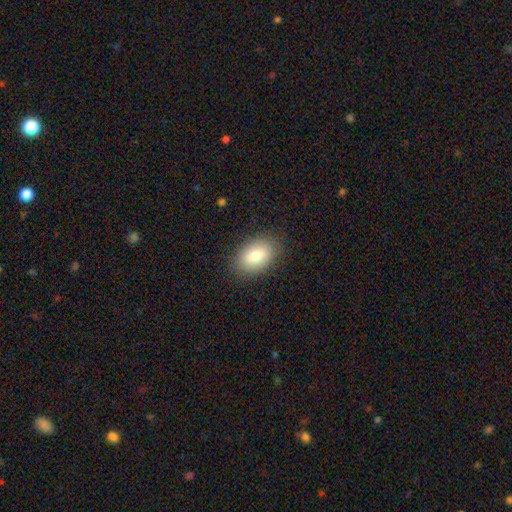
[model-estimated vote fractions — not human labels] This is clearly a smooth galaxy (80%). How rounded: clearly in between (90%). Merging: clearly none (86%).